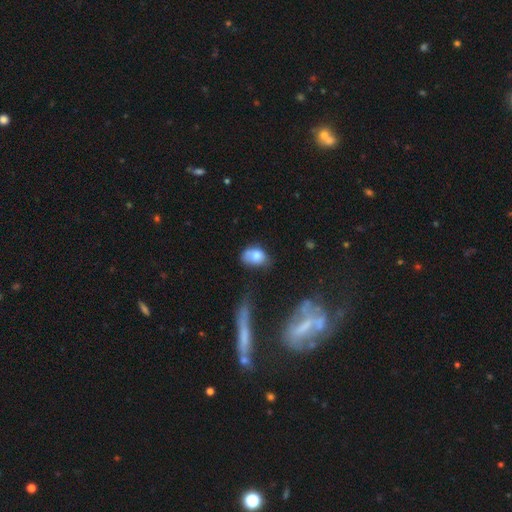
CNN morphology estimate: smooth 72%, featured or disk 19%, star or artifact 9%. Down the decision tree: how rounded — in between (77%); merging — none (39%).